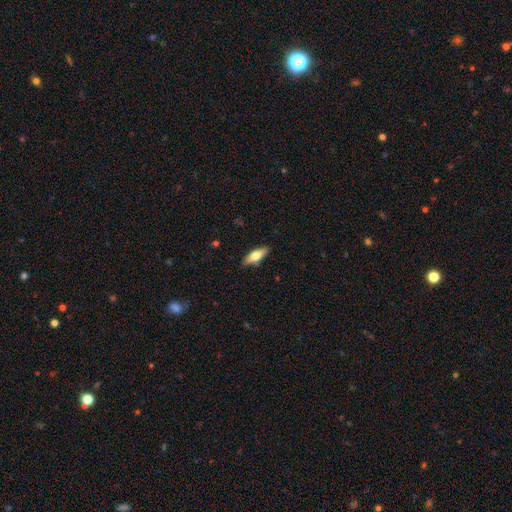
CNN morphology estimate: Smooth or featured? Predicted: smooth (p=0.57). How rounded? Predicted: in between (p=0.60). Merging? Predicted: none (p=0.88).